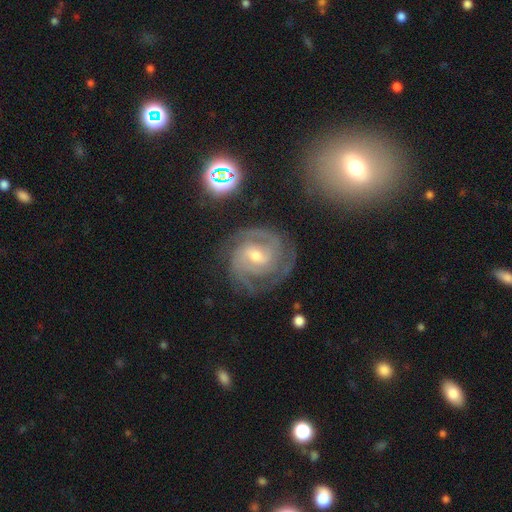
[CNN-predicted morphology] Overall: featured or disk (89%). Edge-on disk: no (98%). Bar: weak (50%; no 31%). Spiral arms: yes (98%). Spiral arm count: 3 (33%; 2 31%). Spiral winding: tight (66%; medium 29%). Bulge size: moderate (52%; small 44%). Merging: none (78%).